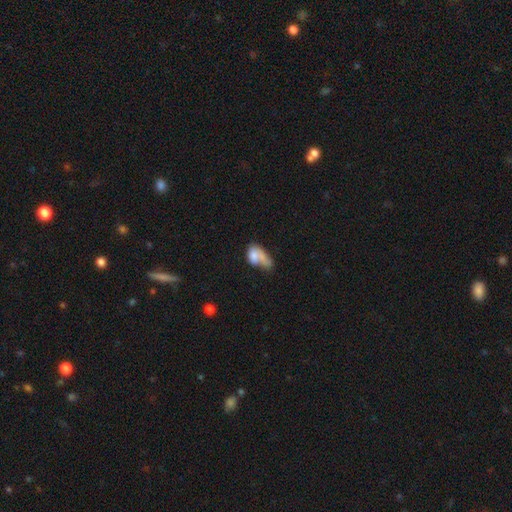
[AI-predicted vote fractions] smooth 68%, featured or disk 23%, star or artifact 9%. Down the decision tree: how rounded — in between (85%); merging — merger (36%).